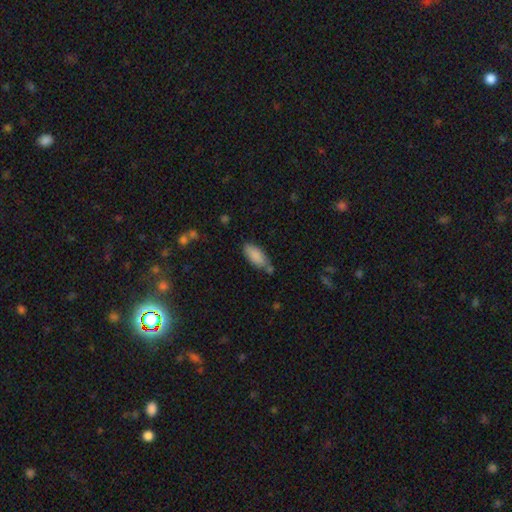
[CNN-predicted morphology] Smooth or featured? smooth (87%)
How rounded? in between (84%)
Merging? none (63%)